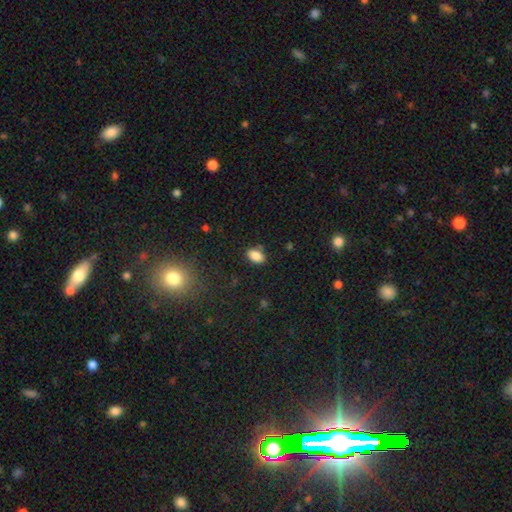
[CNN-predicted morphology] smooth-or-featured: smooth: 84% | star or artifact: 10% | featured or disk: 6%
  how-rounded: in between: 89% | round: 9% | cigar-shaped: 2%
  merging: none: 81% | minor disturbance: 12% | merger: 3% | major disturbance: 3%